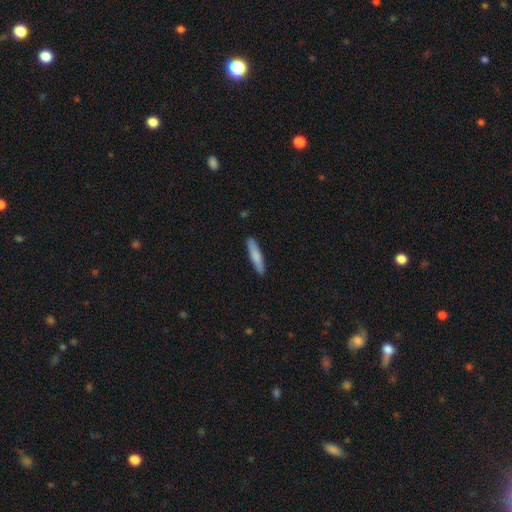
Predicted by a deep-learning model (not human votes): A smooth galaxy with no disk features (78%) that is cigar-shaped (89%). Merging: none (90%).